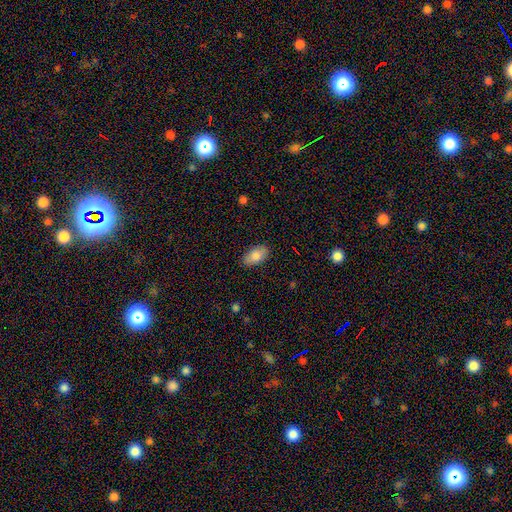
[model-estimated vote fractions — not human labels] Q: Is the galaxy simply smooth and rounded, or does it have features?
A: smooth — 83%.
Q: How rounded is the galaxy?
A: in between — 94%.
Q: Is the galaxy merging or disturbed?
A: none — 88%.